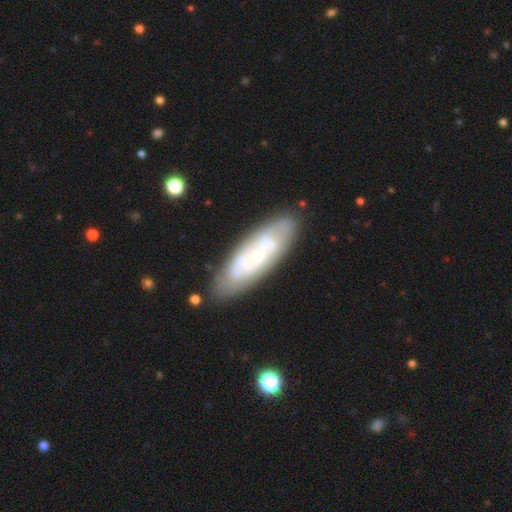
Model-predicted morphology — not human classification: Overall: featured or disk (63%; smooth 31%). Edge-on disk: no (80%). Bar: no (72%). Spiral arms: yes (63%; no 37%). Bulge size: small (68%). Merging: none (78%).